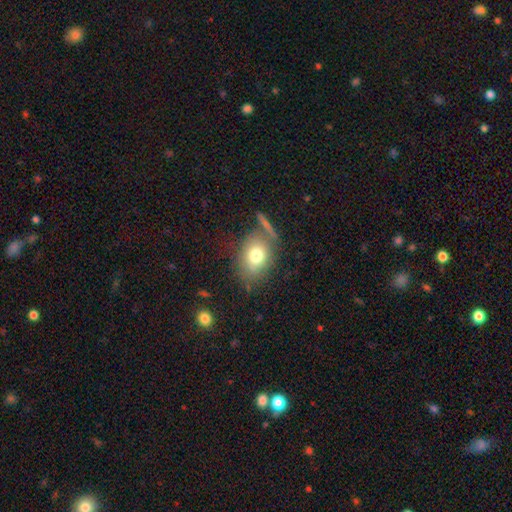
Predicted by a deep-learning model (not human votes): This is likely a smooth galaxy (75%). How rounded: likely in between (67%). Merging: likely none (66%).